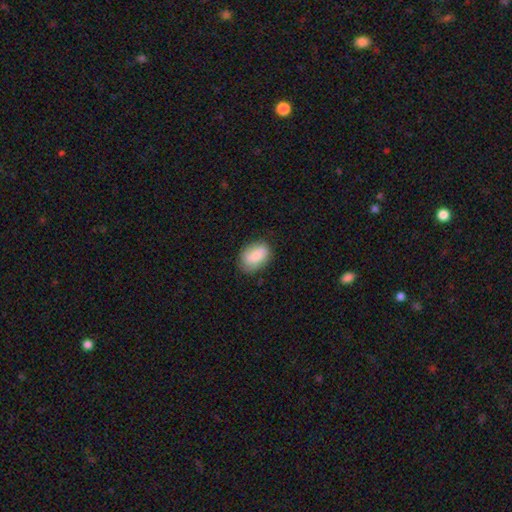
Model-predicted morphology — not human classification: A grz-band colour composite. It shows a smooth galaxy with no disk features (80%) that is in between round and cigar-shaped (84%). Merging: none (76%).